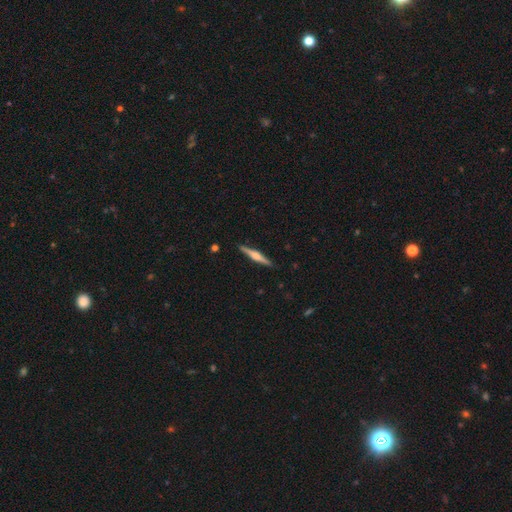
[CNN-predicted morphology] A featured or disk galaxy (62%) viewed edge-on (98%) with a rounded central bulge (68%).

Vote fractions:
- Smooth or featured? featured or disk: 62% / smooth: 32% / star or artifact: 6%
- Edge-on disk? yes: 98% / no: 2%
- Edge-on bulge? rounded: 68% / boxy: 22% / none: 10%
- Merging? none: 91% / minor disturbance: 7% / major disturbance: 1% / merger: 1%